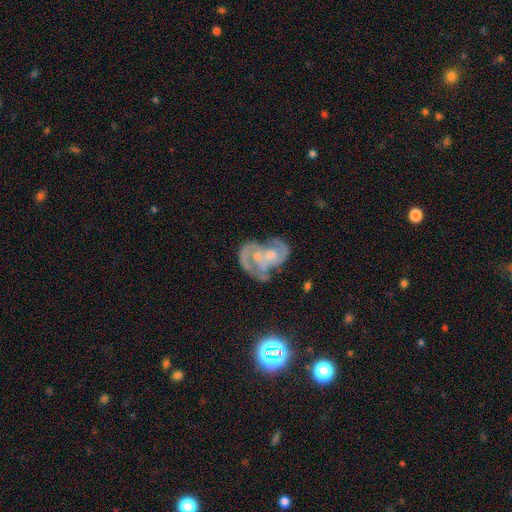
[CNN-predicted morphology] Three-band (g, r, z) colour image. It shows a featured or disk galaxy (79%) with no bar (66%), 2 (67%) medium (48%) spiral arms (83%) and a moderate central bulge (46%). Merging: merger (42%).